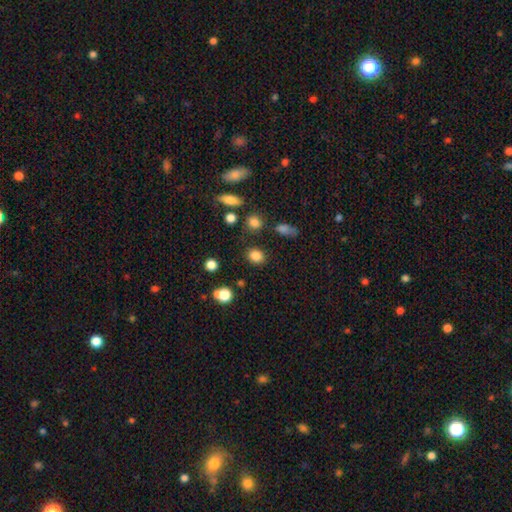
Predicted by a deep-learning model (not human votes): This appears to be a smooth galaxy with no disk features (83%) that is round (59%). Merging: none (83%).